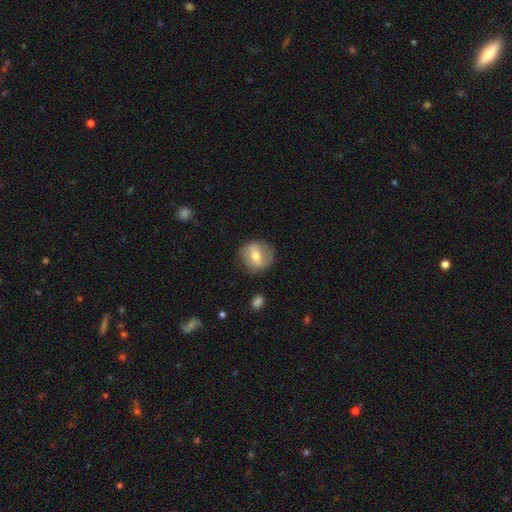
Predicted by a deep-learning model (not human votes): Overall: featured or disk (47%; smooth 46%). Merging: none (81%).